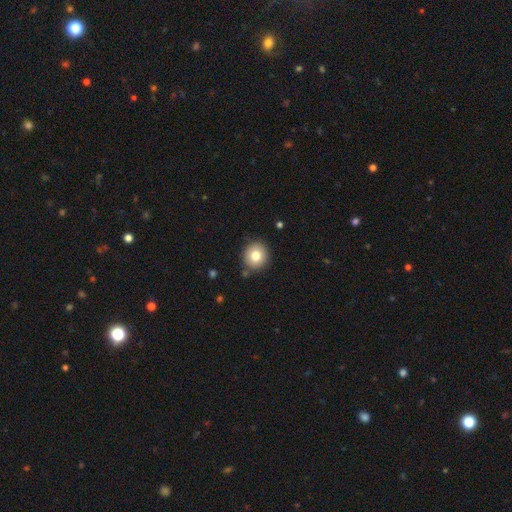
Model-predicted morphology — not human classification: Smooth or featured? Predicted: smooth (p=0.79). How rounded? Predicted: round (p=0.89). Merging? Predicted: none (p=0.86).